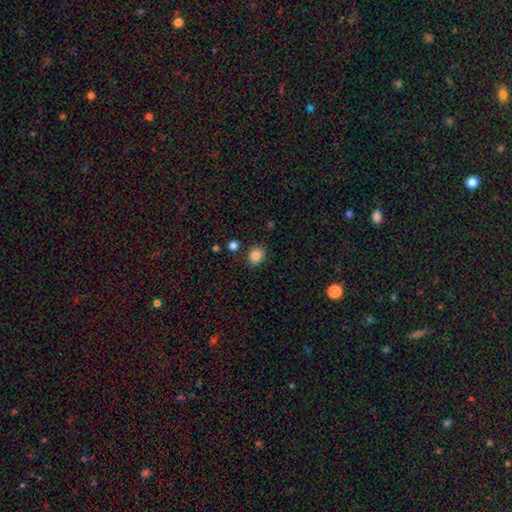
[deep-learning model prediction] This appears to be a smooth galaxy with no disk features (84%) that is round (62%). Merging: none (83%).